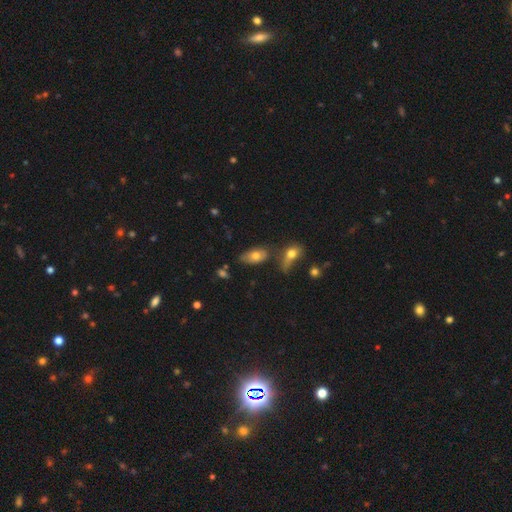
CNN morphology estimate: type=smooth (73%); roundness=in between (91%); merging=none (57%).